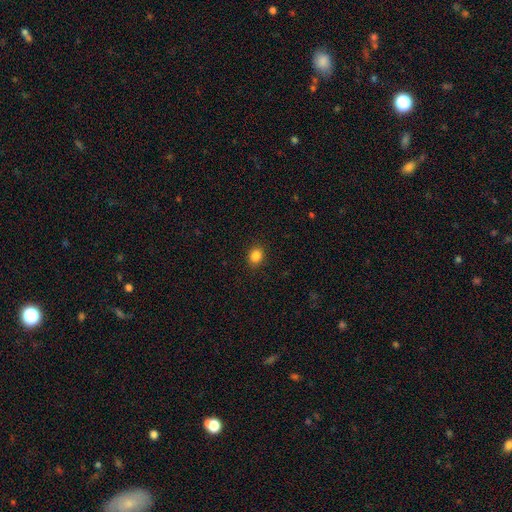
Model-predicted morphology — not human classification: A smooth galaxy with no disk features (86%) that is round (58%).

Vote fractions:
- Smooth or featured? smooth: 86% / star or artifact: 10% / featured or disk: 4%
- How rounded? round: 58% / in between: 41% / cigar-shaped: 1%
- Merging? none: 89% / minor disturbance: 7% / major disturbance: 2% / merger: 1%